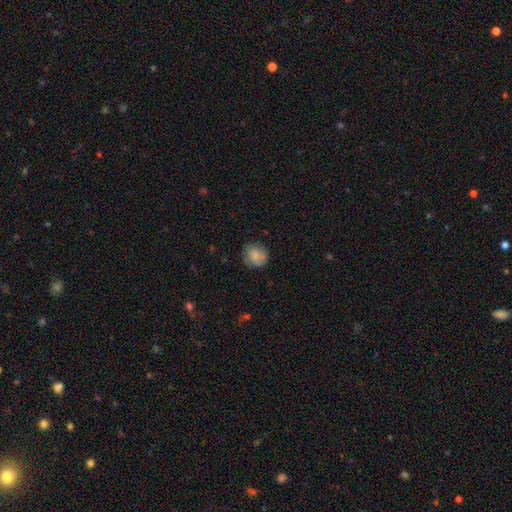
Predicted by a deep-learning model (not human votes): Overall: smooth (80%). How rounded: round (80%). Merging: none (78%).